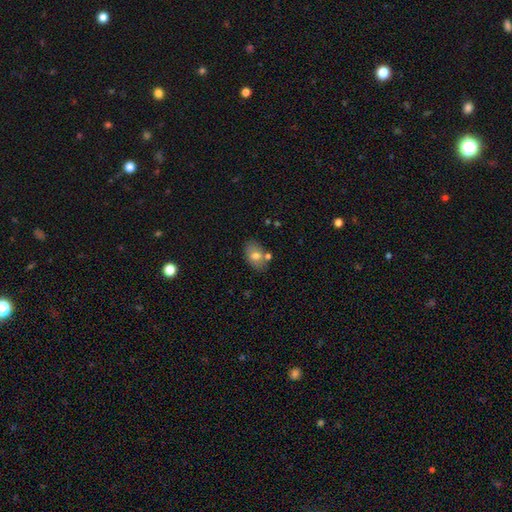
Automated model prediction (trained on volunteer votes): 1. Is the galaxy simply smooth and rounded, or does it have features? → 72% smooth, 20% featured or disk, 9% star or artifact.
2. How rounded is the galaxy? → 84% in between, 14% round, 1% cigar-shaped.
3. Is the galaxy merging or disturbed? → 68% none, 15% minor disturbance, 13% merger, 4% major disturbance.